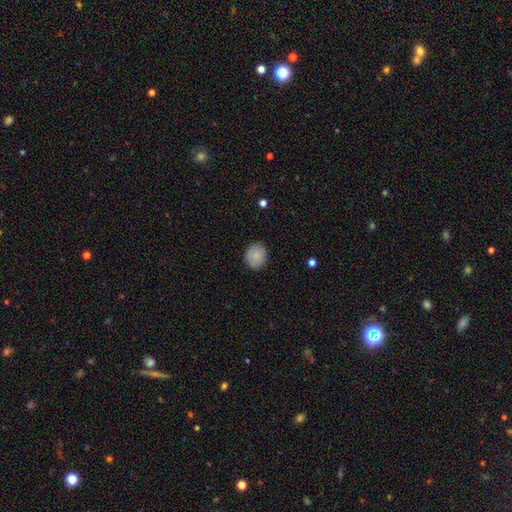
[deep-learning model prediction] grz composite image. It shows a smooth galaxy with no disk features (85%) that is round (73%). Merging: none (87%).